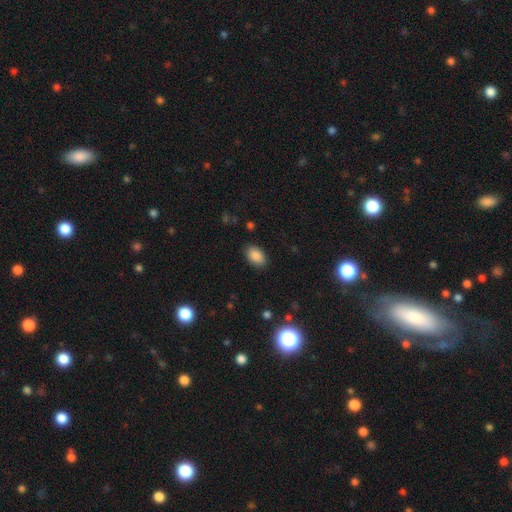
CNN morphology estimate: Smooth or featured?
  - smooth: 88% *
  - star or artifact: 8%
  - featured or disk: 4%
How rounded?
  - in between: 90% *
  - round: 9%
  - cigar-shaped: 1%
Merging?
  - none: 87% *
  - minor disturbance: 9%
  - major disturbance: 3%
  - merger: 1%